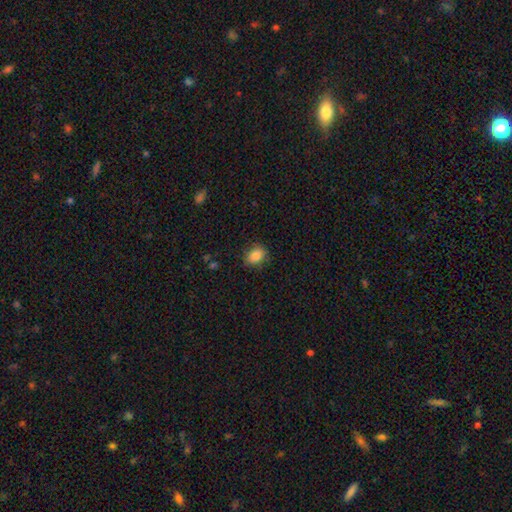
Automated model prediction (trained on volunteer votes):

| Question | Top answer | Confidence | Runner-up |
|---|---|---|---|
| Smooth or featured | smooth | 86% | star or artifact (9%) |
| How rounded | in between | 60% | round (38%) |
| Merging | none | 82% | minor disturbance (14%) |